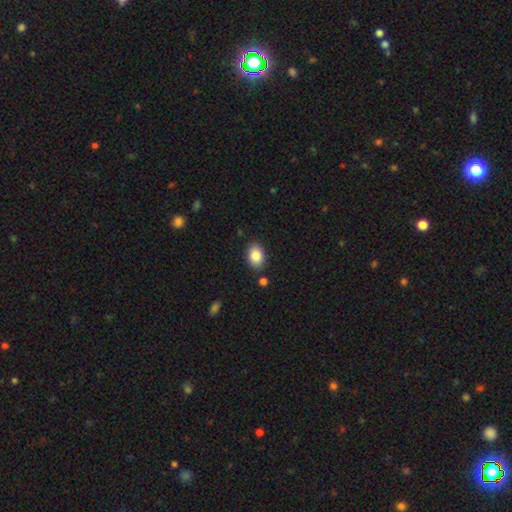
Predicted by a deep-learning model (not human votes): Overall: smooth (86%). How rounded: in between (82%). Merging: none (85%).